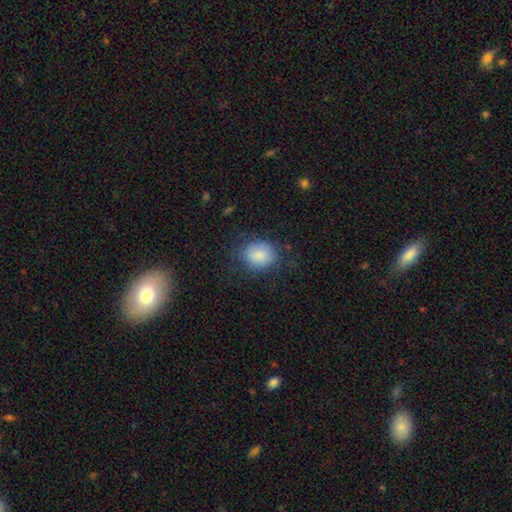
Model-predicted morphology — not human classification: A smooth galaxy with no disk features (82%) that is round (54%).

Vote fractions:
- Smooth or featured? smooth: 82% / star or artifact: 11% / featured or disk: 7%
- How rounded? round: 54% / in between: 45% / cigar-shaped: 1%
- Merging? none: 77% / minor disturbance: 16% / major disturbance: 5% / merger: 2%